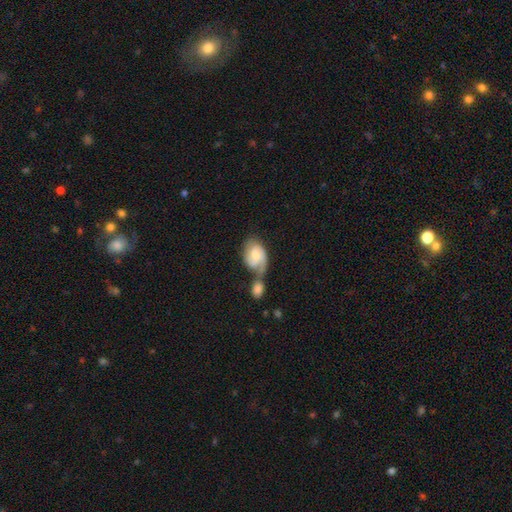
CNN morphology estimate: This is possibly a featured or disk galaxy (60%). It is clearly not viewed edge-on (96%). Bar: possibly no (50%). Spiral arm pattern: clearly yes (88%). Spiral arm count: likely 2 (66%). Spiral winding: marginally medium (43%). Central bulge: possibly moderate (49%). Merging: possibly merger (55%).